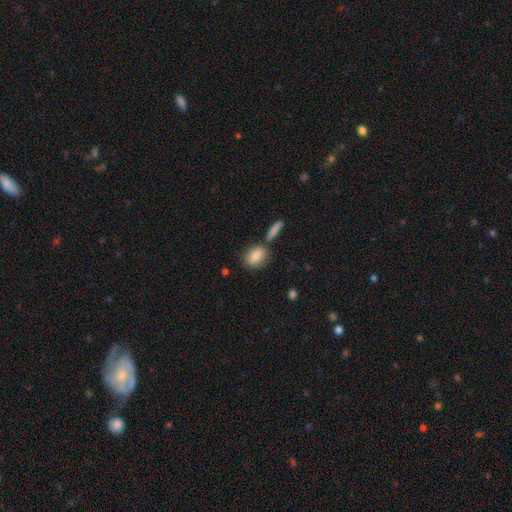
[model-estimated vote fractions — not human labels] smooth 83%, featured or disk 10%, star or artifact 7%. Down the decision tree: how rounded — in between (69%); merging — none (68%).